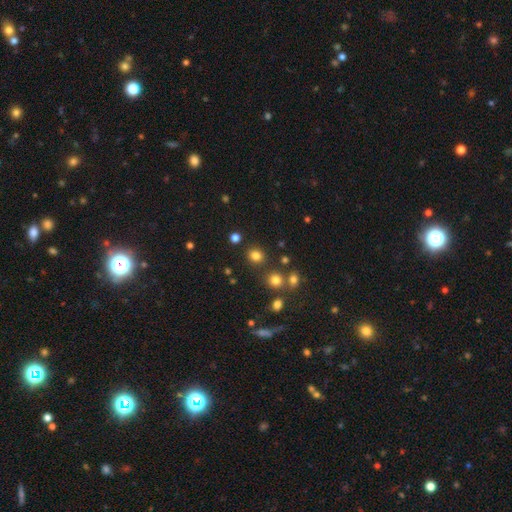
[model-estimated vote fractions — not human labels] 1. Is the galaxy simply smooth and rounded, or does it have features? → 79% smooth, 16% star or artifact, 5% featured or disk.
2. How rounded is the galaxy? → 77% round, 22% in between, 1% cigar-shaped.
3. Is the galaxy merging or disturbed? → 83% none, 8% minor disturbance, 6% merger, 3% major disturbance.